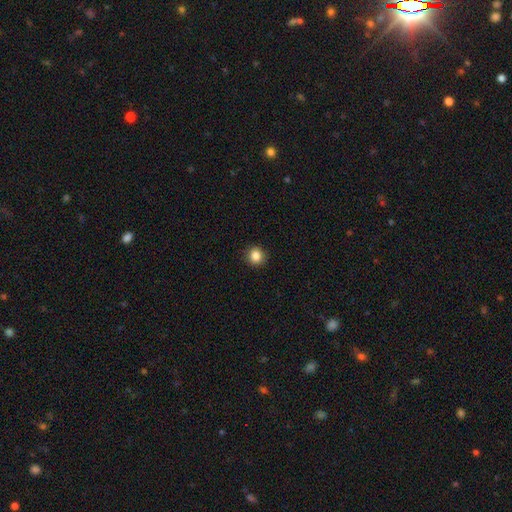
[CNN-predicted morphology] Smooth or featured? smooth (85%)
How rounded? round (90%)
Merging? none (91%)